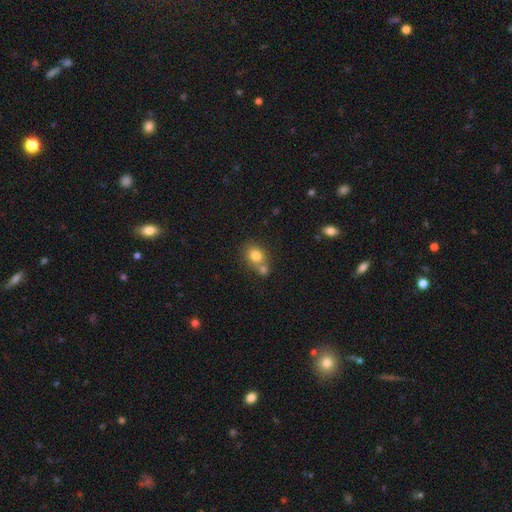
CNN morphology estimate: Smooth or featured? smooth (79%)
How rounded? round (59%)
Merging? none (47%)